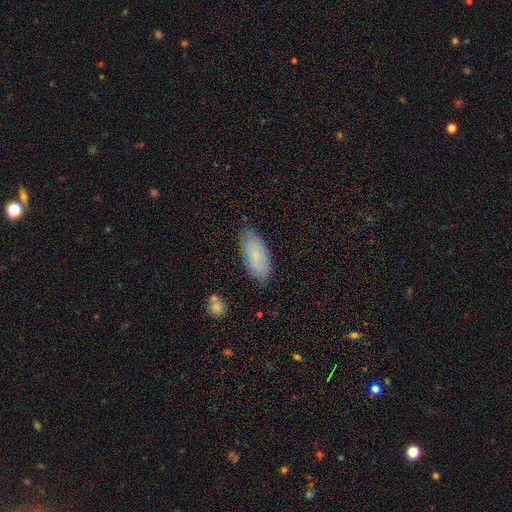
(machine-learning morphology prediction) Overall: smooth (77%). How rounded: in between (85%). Merging: none (79%).